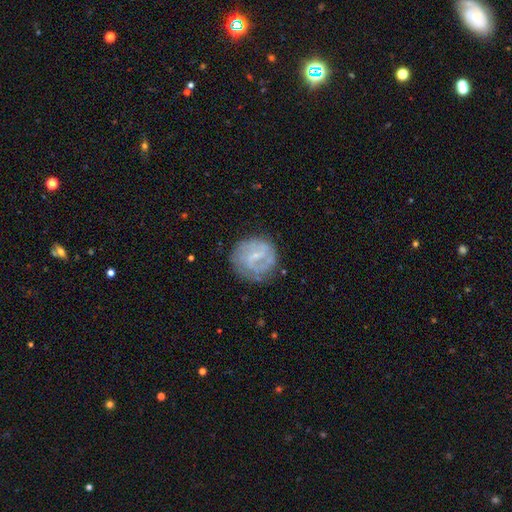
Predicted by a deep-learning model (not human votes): This appears to be a featured or disk galaxy (69%) with a weak bar (56%), 2 (46%) tight (43%) spiral arms (78%) and a small central bulge (69%). Merging: none (71%).